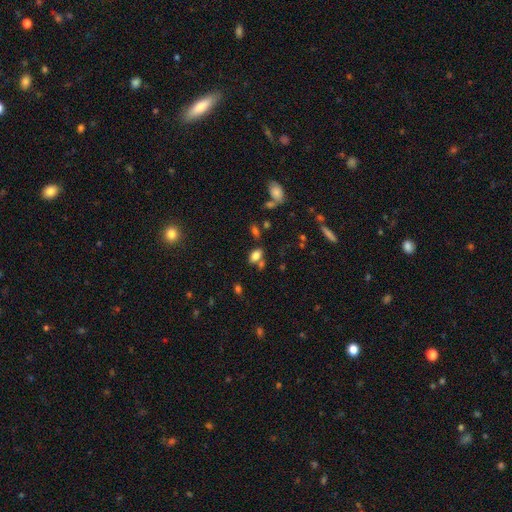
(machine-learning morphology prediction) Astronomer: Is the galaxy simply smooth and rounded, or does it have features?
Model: smooth — 79%.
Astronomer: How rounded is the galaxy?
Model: in between — 89%.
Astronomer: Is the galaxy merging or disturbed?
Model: none — 63%.